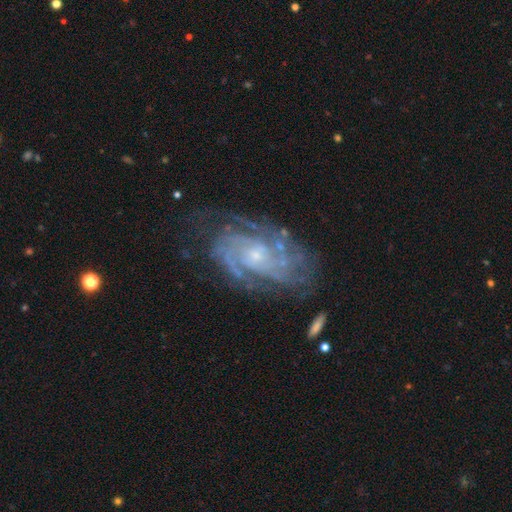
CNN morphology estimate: Smooth or featured: featured or disk — 88% (star or artifact — 7%)
Edge-on disk: no — 96% (yes — 4%)
Bar: no — 73% (weak — 22%)
Spiral arms: yes — 96% (no — 4%)
Spiral winding: tight — 68% (medium — 27%)
Spiral arm count: can't tell — 31% (2 — 25%)
Bulge size: small — 72% (moderate — 22%)
Merging: none — 68% (minor disturbance — 20%)